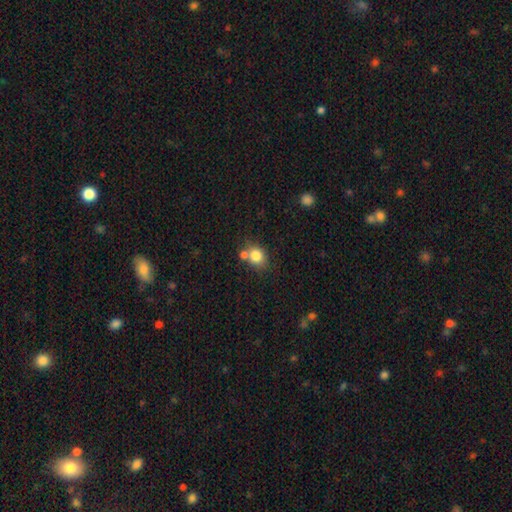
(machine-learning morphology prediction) smooth-or-featured: smooth: 81% | star or artifact: 10% | featured or disk: 9%
  how-rounded: round: 66% | in between: 33% | cigar-shaped: 1%
  merging: none: 54% | merger: 29% | minor disturbance: 12% | major disturbance: 4%